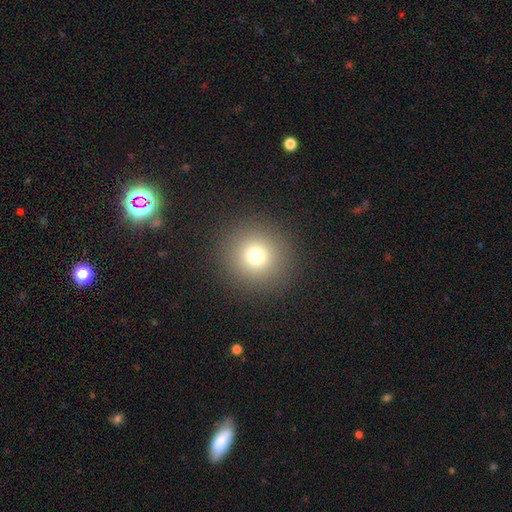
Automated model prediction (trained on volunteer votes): Smooth or featured: smooth — 75% (star or artifact — 16%)
How rounded: round — 94% (in between — 5%)
Merging: none — 91% (minor disturbance — 5%)